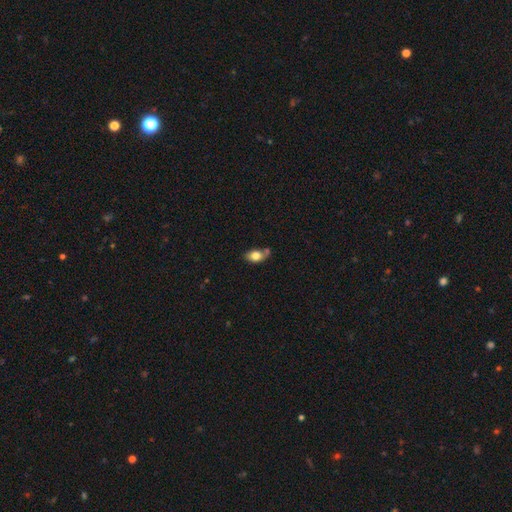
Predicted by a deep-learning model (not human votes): smooth 76%, featured or disk 16%, star or artifact 8%. Down the decision tree: how rounded — in between (85%); merging — none (51%).